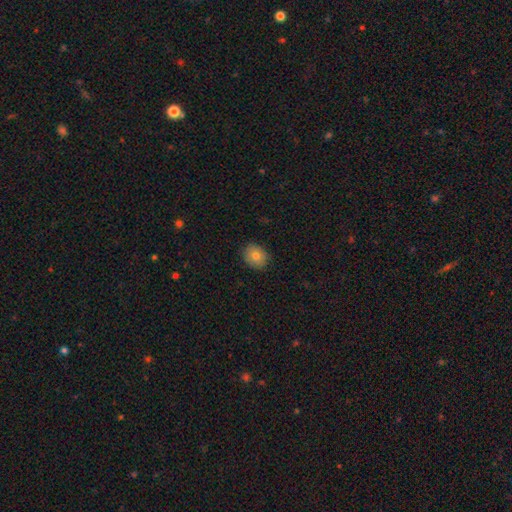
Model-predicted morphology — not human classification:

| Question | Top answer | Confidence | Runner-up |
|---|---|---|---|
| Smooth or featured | smooth | 79% | featured or disk (11%) |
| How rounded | round | 61% | in between (38%) |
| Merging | none | 87% | minor disturbance (10%) |